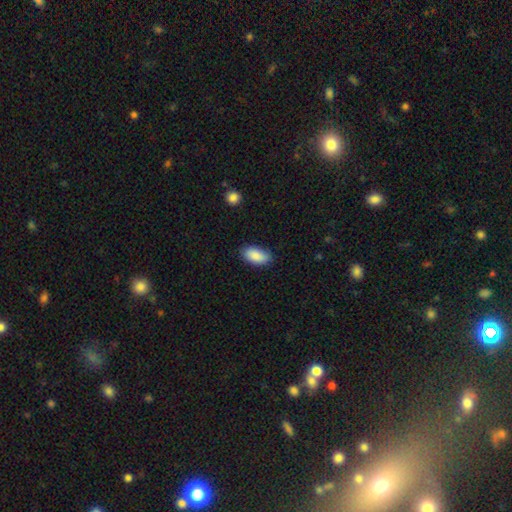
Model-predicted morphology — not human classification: smooth 88%, star or artifact 6%, featured or disk 5%. Down the decision tree: how rounded — in between (93%); merging — none (83%).